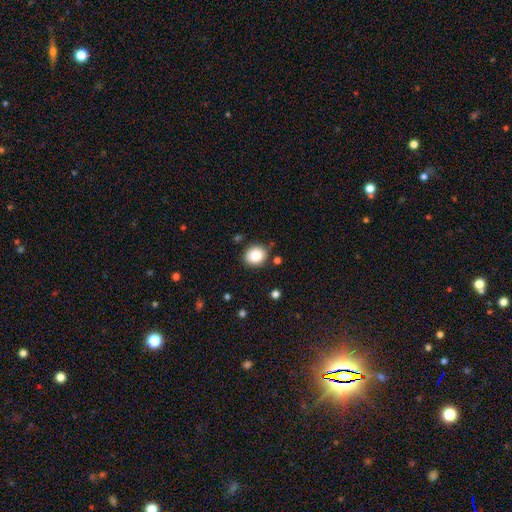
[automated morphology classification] This is clearly a smooth galaxy (86%). How rounded: likely round (73%). Merging: clearly none (82%).